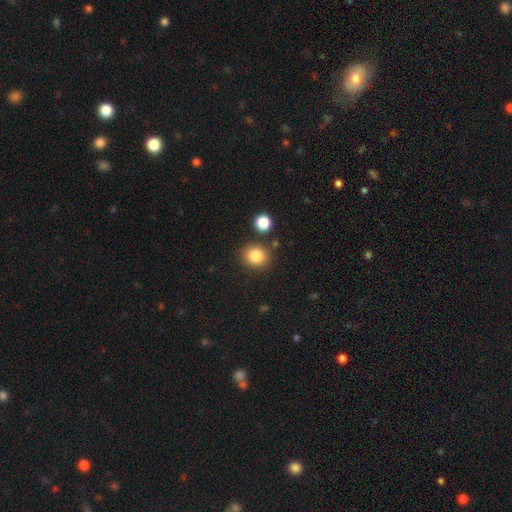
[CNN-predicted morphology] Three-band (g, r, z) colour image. It shows a smooth galaxy with no disk features (84%) that is round (73%). Merging: none (81%).